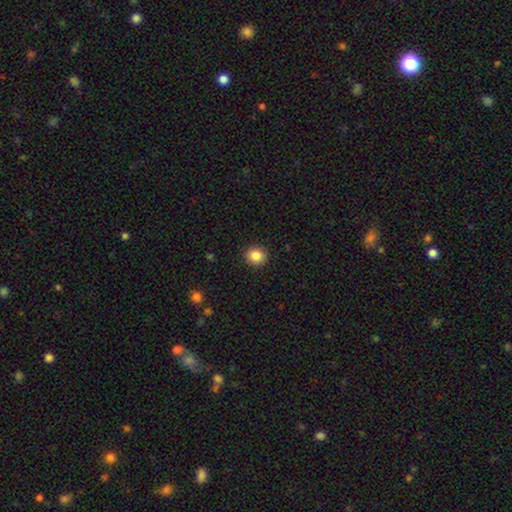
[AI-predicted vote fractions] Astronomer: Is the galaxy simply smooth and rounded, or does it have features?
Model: smooth — 86%.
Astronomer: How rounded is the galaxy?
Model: round — 90%.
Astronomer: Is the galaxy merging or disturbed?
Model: none — 92%.